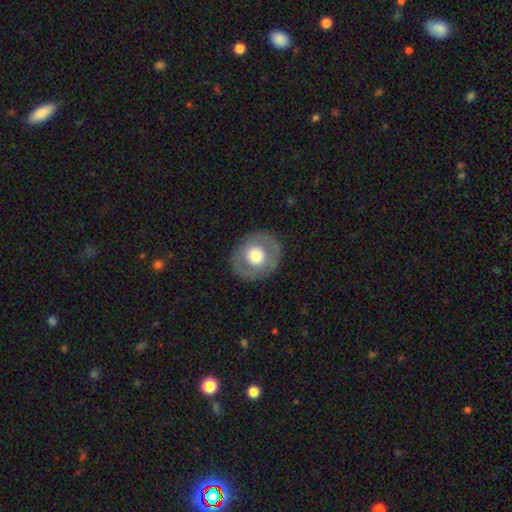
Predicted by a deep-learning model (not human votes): This appears to be a smooth galaxy with no disk features (54%) that is round (82%). Merging: none (85%).